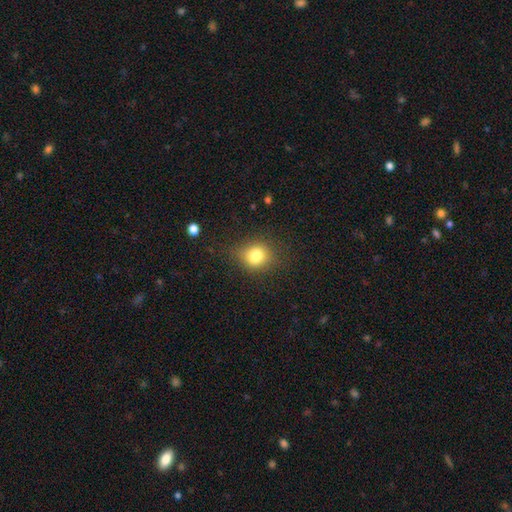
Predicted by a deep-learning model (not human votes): smooth-or-featured: smooth: 80% | star or artifact: 12% | featured or disk: 8%
  how-rounded: round: 65% | in between: 34% | cigar-shaped: 1%
  merging: none: 77% | minor disturbance: 16% | major disturbance: 5% | merger: 2%